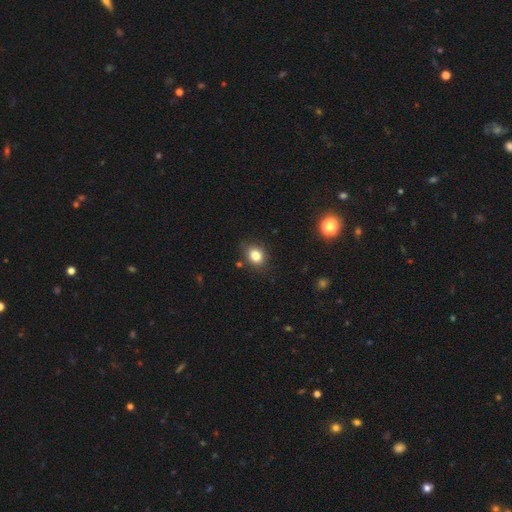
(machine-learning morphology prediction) This appears to be a smooth galaxy with no disk features (82%) that is round (58%). Merging: none (80%).